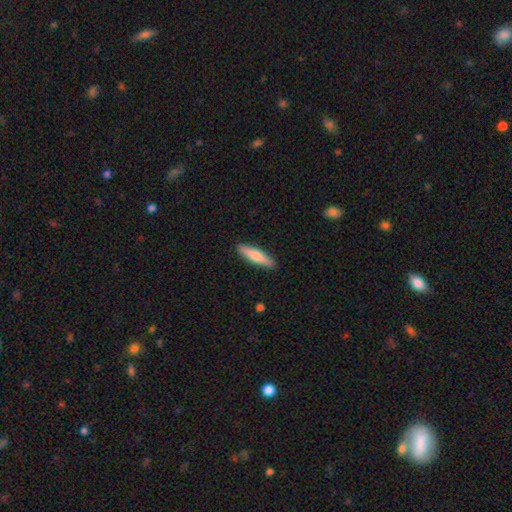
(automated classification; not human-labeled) Morphology: type=smooth (71%); roundness=cigar-shaped (80%); merging=none (90%).